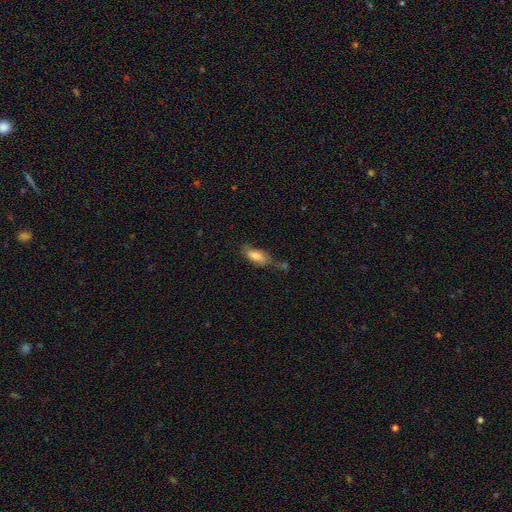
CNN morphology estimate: A smooth galaxy with no disk features (78%) that is in between round and cigar-shaped (80%).

Vote fractions:
- Smooth or featured? smooth: 78% / featured or disk: 15% / star or artifact: 7%
- How rounded? in between: 80% / cigar-shaped: 17% / round: 2%
- Merging? none: 47% / minor disturbance: 29% / major disturbance: 12% / merger: 11%